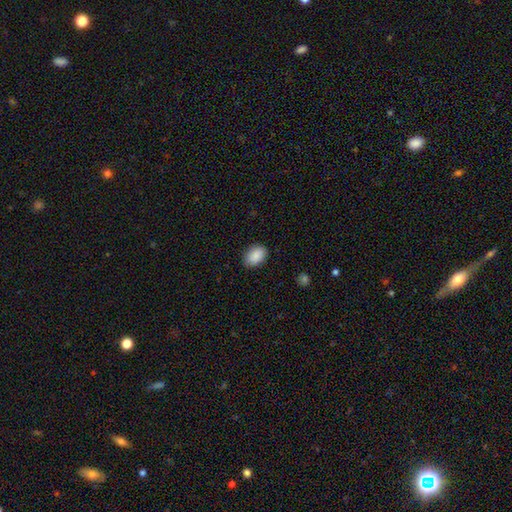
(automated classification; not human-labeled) smooth-or-featured: smooth: 89% | star or artifact: 7% | featured or disk: 4%
  how-rounded: in between: 84% | round: 15% | cigar-shaped: 1%
  merging: none: 86% | minor disturbance: 11% | major disturbance: 2% | merger: 1%